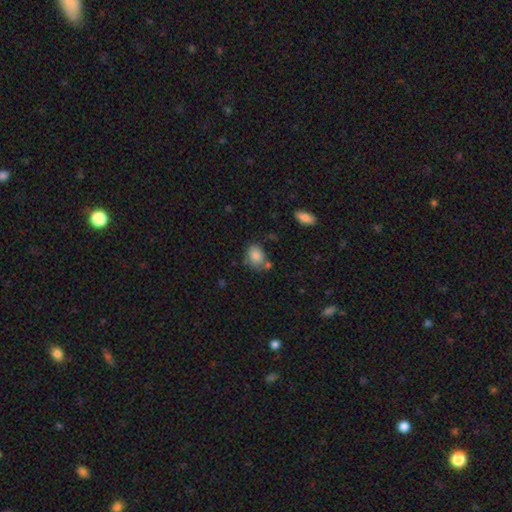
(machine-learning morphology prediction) type=smooth (84%); roundness=in between (68%); merging=none (60%).